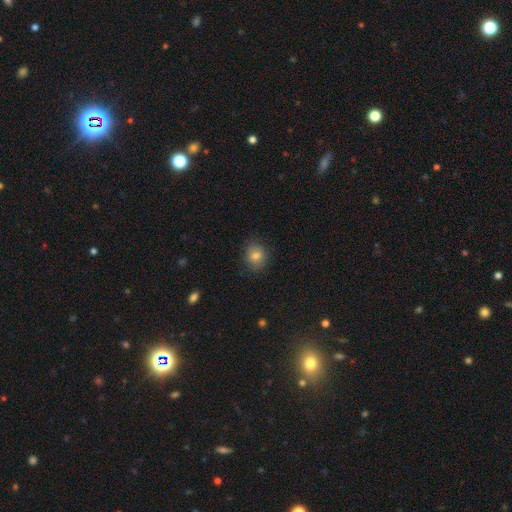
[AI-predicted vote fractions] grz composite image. It shows a smooth galaxy with no disk features (80%) that is round (68%). Merging: none (82%).